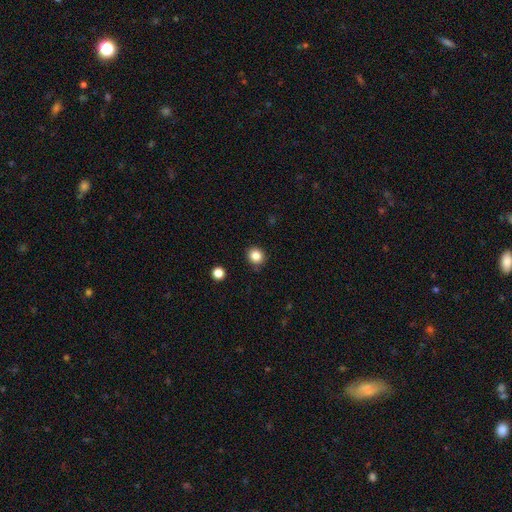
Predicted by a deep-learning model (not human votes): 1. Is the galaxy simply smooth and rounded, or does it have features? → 85% smooth, 11% star or artifact, 4% featured or disk.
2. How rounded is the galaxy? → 86% round, 13% in between, 1% cigar-shaped.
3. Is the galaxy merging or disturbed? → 89% none, 8% minor disturbance, 2% major disturbance, 2% merger.